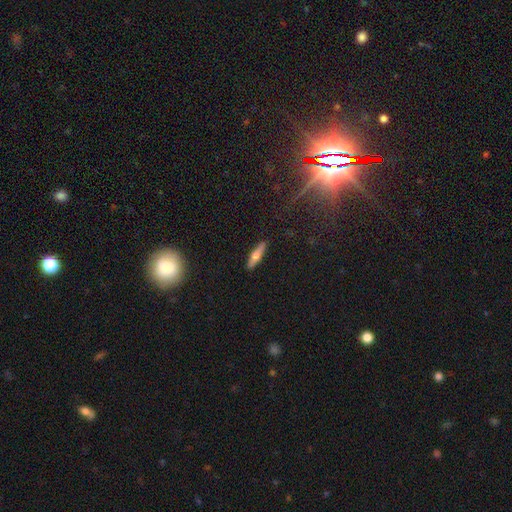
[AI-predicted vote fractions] This appears to be a smooth galaxy with no disk features (51%) that is cigar-shaped (77%). Merging: none (89%).